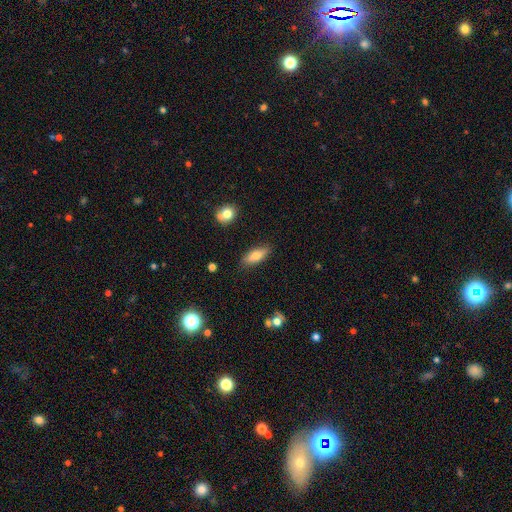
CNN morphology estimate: A smooth galaxy with no disk features (70%) that is in between round and cigar-shaped (63%). Merging: none (85%).